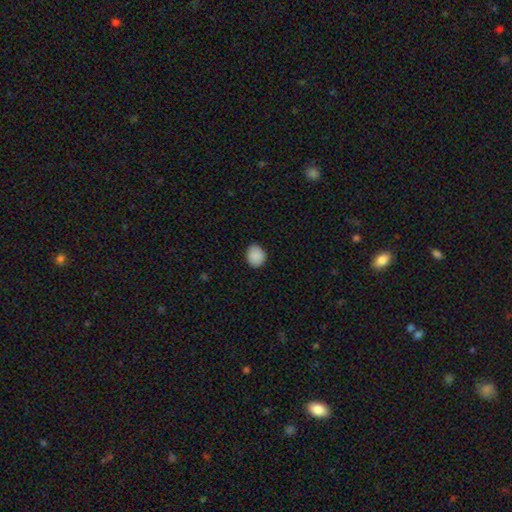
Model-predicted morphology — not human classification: smooth_or_featured: smooth (p=0.89) [alt: star or artifact p=0.08]
how_rounded: round (p=0.70) [alt: in between p=0.29]
merging: none (p=0.86) [alt: minor disturbance p=0.11]